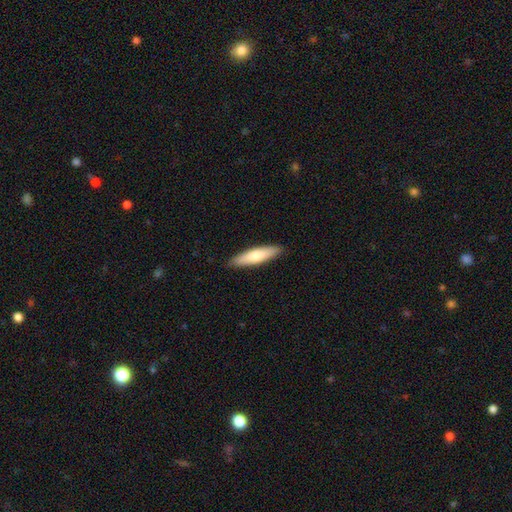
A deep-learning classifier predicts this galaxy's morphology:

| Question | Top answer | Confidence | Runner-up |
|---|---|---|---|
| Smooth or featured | smooth | 71% | featured or disk (24%) |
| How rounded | cigar-shaped | 76% | in between (23%) |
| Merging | none | 89% | minor disturbance (8%) |